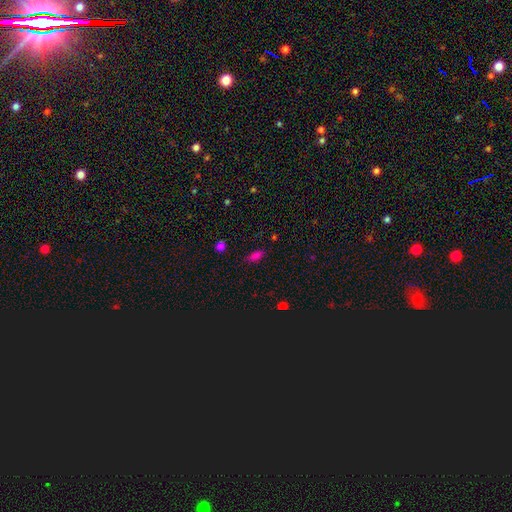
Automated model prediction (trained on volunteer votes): Smooth or featured? Predicted: smooth (p=0.74). How rounded? Predicted: in between (p=0.82). Merging? Predicted: none (p=0.80).